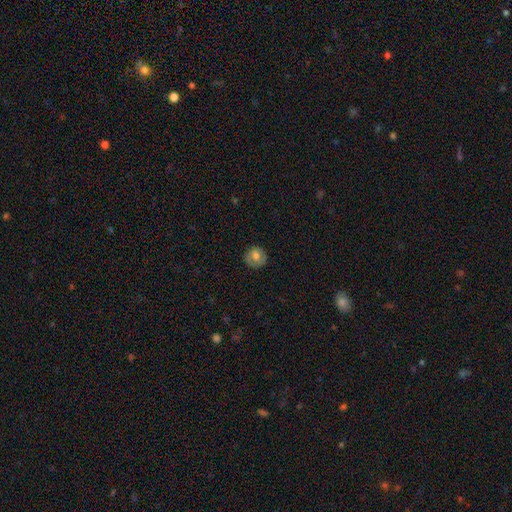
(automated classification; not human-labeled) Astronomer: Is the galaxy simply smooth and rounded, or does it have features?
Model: smooth — 68%.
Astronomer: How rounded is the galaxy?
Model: round — 88%.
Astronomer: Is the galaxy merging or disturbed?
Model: none — 80%.